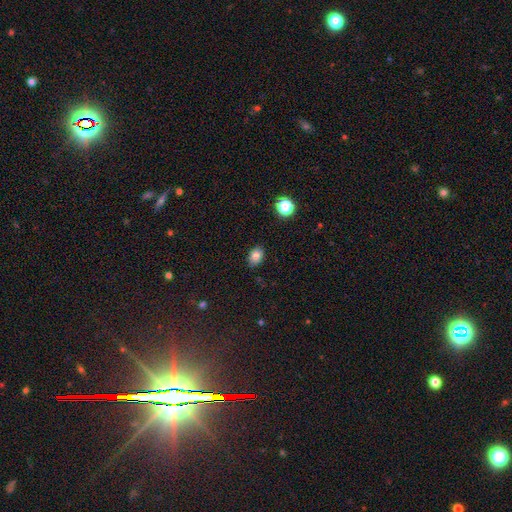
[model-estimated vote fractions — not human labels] A smooth galaxy with no disk features (82%) that is in between round and cigar-shaped (72%). Merging: none (85%).